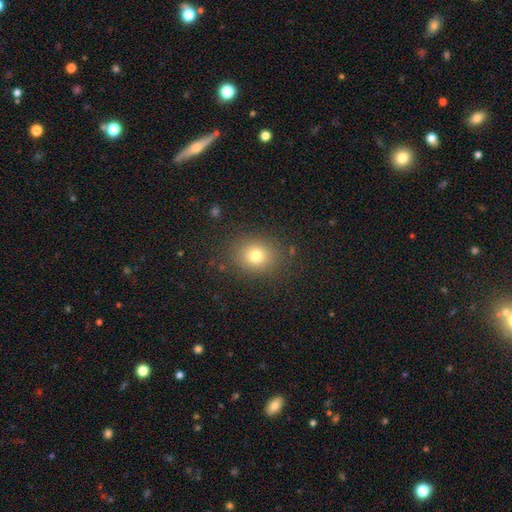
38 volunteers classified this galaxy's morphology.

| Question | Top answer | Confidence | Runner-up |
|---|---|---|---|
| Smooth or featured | smooth | 87% | star or artifact (8%) |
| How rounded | round | 73% | in between (27%) |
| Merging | none | 89% | minor disturbance (9%) |